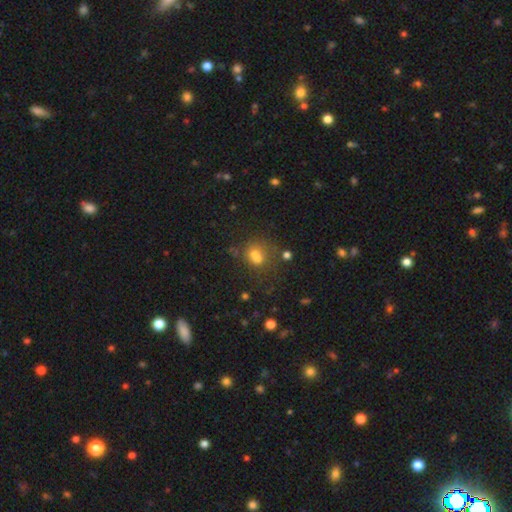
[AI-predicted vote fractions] Overall: smooth (65%). How rounded: round (50%; in between 48%). Merging: none (42%; merger 32%).